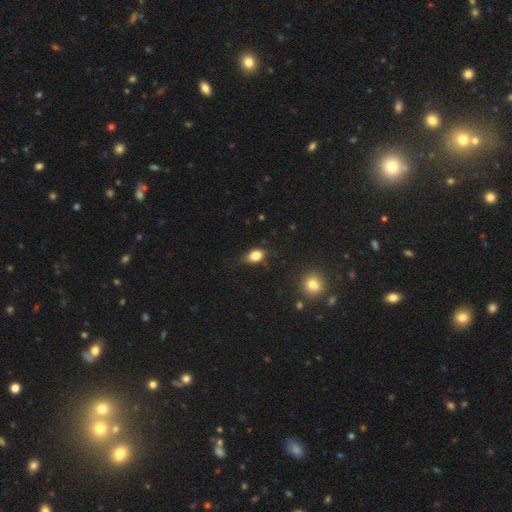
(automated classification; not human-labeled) Smooth or featured?
  - smooth: 81% *
  - star or artifact: 10%
  - featured or disk: 9%
How rounded?
  - in between: 78% *
  - round: 20%
  - cigar-shaped: 3%
Merging?
  - none: 61% *
  - minor disturbance: 29%
  - major disturbance: 8%
  - merger: 2%